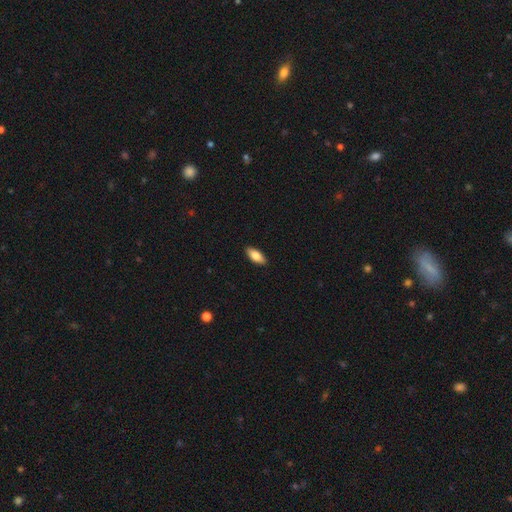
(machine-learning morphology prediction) type=smooth (82%); roundness=in between (86%); merging=none (90%).